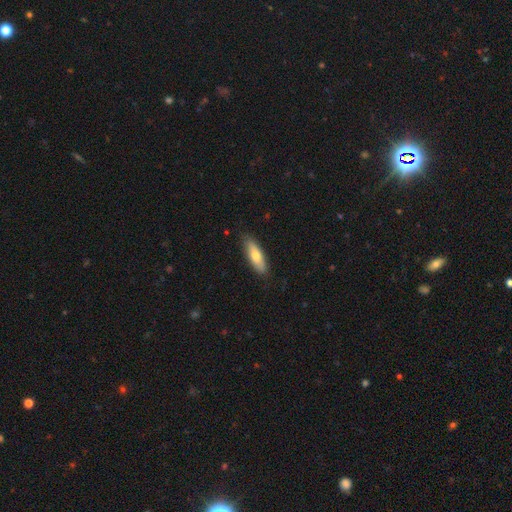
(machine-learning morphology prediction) Smooth or featured? smooth (67%)
How rounded? in between (52%)
Merging? none (84%)